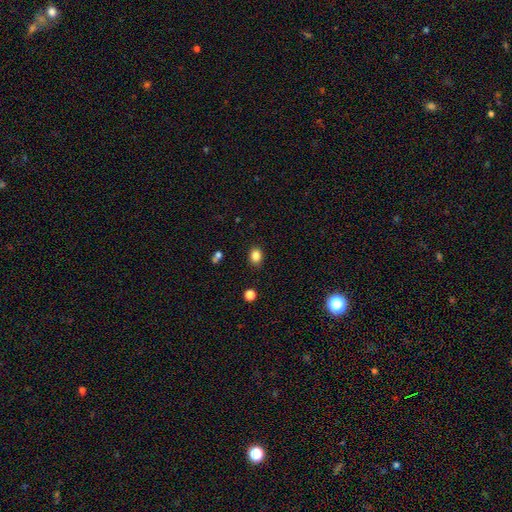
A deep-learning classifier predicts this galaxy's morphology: smooth_or_featured: smooth (p=0.85) [alt: star or artifact p=0.11]
how_rounded: in between (p=0.55) [alt: round p=0.44]
merging: none (p=0.87) [alt: minor disturbance p=0.09]